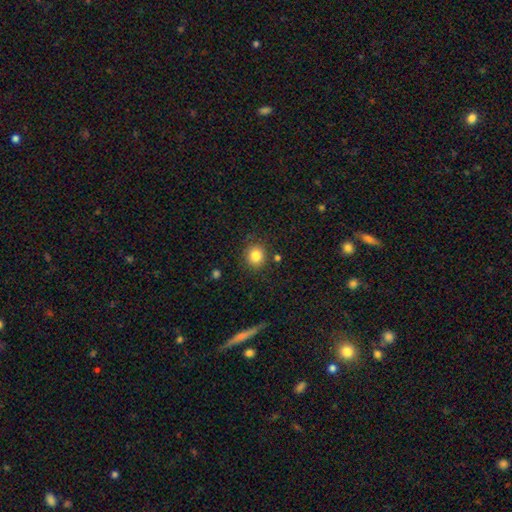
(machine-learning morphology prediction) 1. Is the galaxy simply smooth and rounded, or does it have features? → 83% smooth, 11% star or artifact, 6% featured or disk.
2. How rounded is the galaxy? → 87% round, 12% in between, 1% cigar-shaped.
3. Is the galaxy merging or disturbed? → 86% none, 8% minor disturbance, 3% merger, 3% major disturbance.